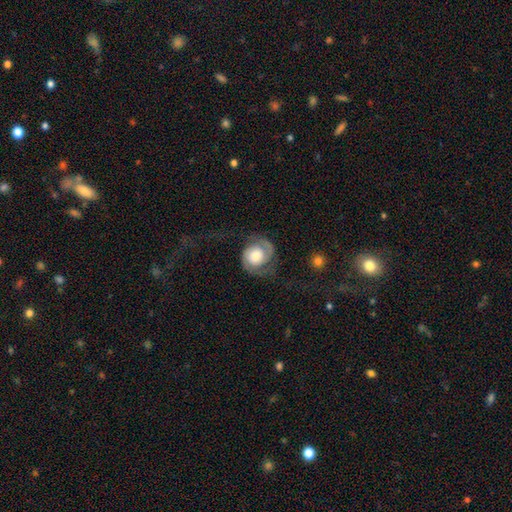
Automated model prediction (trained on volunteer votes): This appears to be a featured or disk galaxy (74%) with no bar (72%), 2 (85%) medium (42%) spiral arms (94%) and a large central bulge (43%). Merging: none (55%).